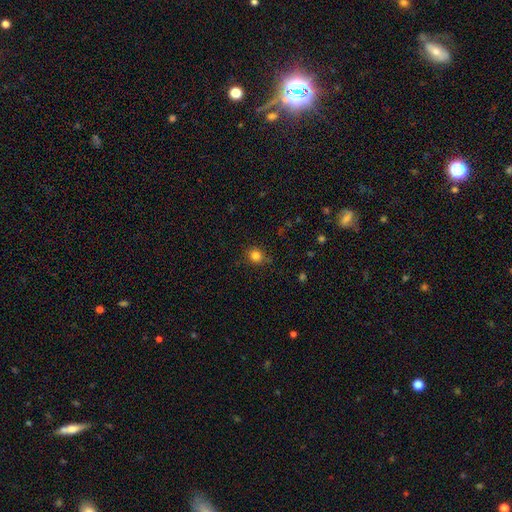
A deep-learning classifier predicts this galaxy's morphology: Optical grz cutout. It shows a smooth galaxy with no disk features (82%) that is round (76%). Merging: none (81%).